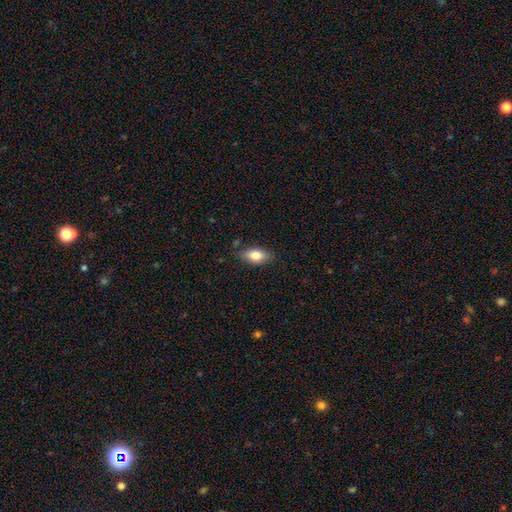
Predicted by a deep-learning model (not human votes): smooth_or_featured: smooth (p=0.78) [alt: featured or disk p=0.15]
how_rounded: in between (p=0.86) [alt: cigar-shaped p=0.09]
merging: none (p=0.82) [alt: minor disturbance p=0.14]